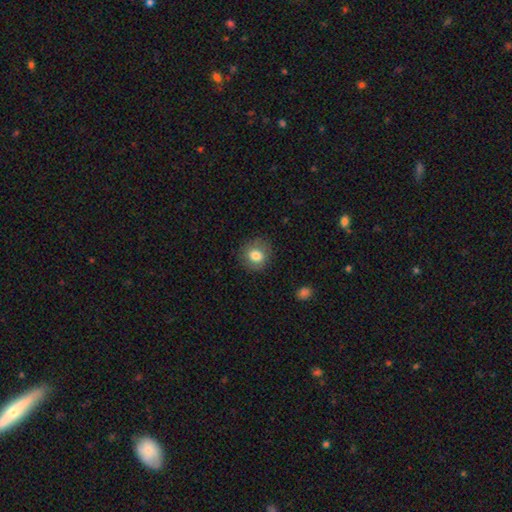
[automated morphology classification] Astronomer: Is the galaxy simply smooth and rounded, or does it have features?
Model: smooth — 79%.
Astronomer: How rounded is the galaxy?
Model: round — 80%.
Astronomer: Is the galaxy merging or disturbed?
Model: none — 83%.